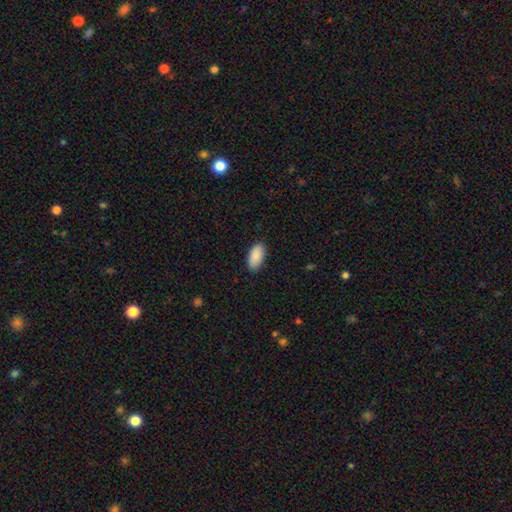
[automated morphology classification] Overall: smooth (90%). How rounded: in between (94%). Merging: none (88%).